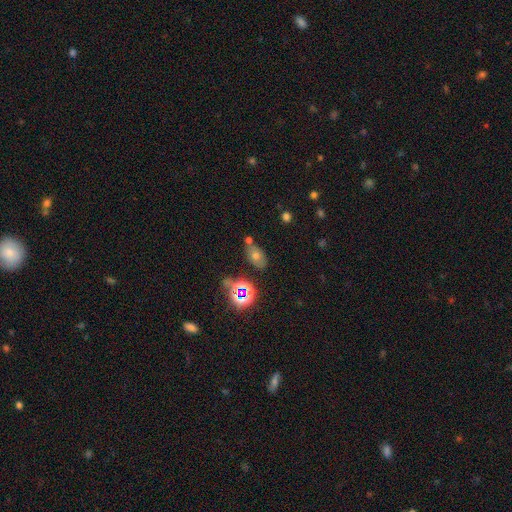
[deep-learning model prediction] Smooth or featured?
  - smooth: 46% *
  - star or artifact: 35%
  - featured or disk: 19%
Merging?
  - none: 68% *
  - minor disturbance: 14%
  - merger: 13%
  - major disturbance: 5%